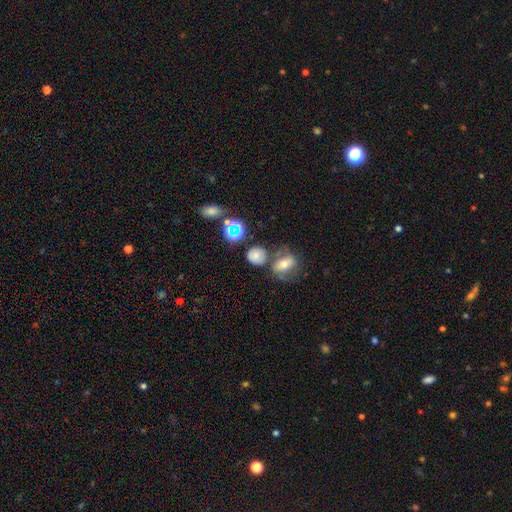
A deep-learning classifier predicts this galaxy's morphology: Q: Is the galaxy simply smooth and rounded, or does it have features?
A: smooth — 67%.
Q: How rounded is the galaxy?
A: round — 79%.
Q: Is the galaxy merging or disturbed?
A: none — 64%.